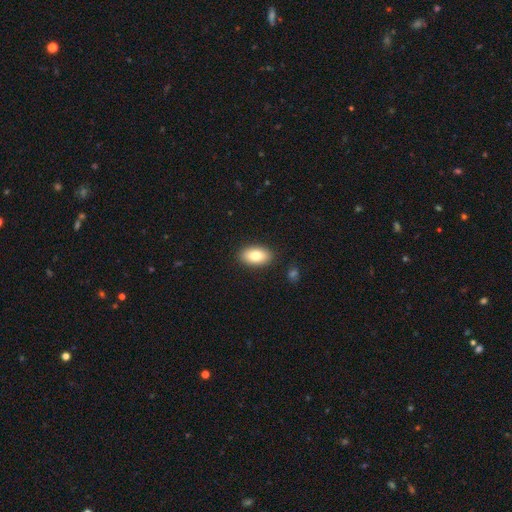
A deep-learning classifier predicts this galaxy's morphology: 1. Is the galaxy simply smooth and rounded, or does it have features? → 81% smooth, 12% featured or disk, 7% star or artifact.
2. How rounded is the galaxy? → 93% in between, 5% round, 2% cigar-shaped.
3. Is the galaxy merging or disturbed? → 89% none, 8% minor disturbance, 2% major disturbance, 1% merger.